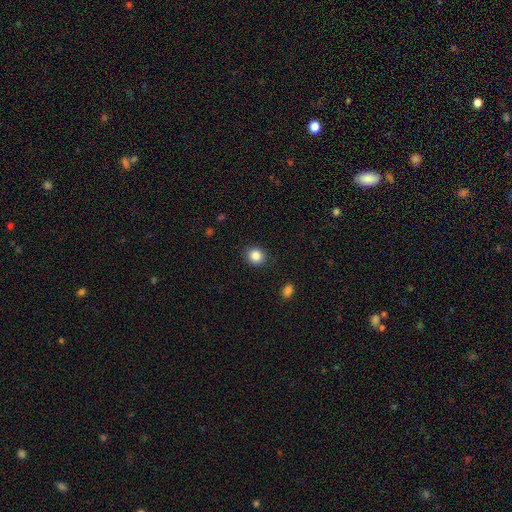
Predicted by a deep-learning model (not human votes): A smooth galaxy with no disk features (85%) that is round (82%).

Vote fractions:
- Smooth or featured? smooth: 85% / star or artifact: 10% / featured or disk: 5%
- How rounded? round: 82% / in between: 18% / cigar-shaped: 1%
- Merging? none: 90% / minor disturbance: 7% / major disturbance: 2% / merger: 1%